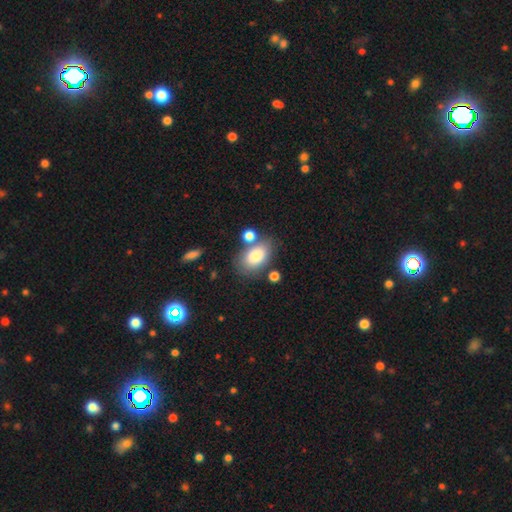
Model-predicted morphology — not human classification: smooth-or-featured: smooth: 82% | featured or disk: 10% | star or artifact: 8%
  how-rounded: in between: 88% | round: 11% | cigar-shaped: 1%
  merging: none: 63% | minor disturbance: 16% | merger: 16% | major disturbance: 6%